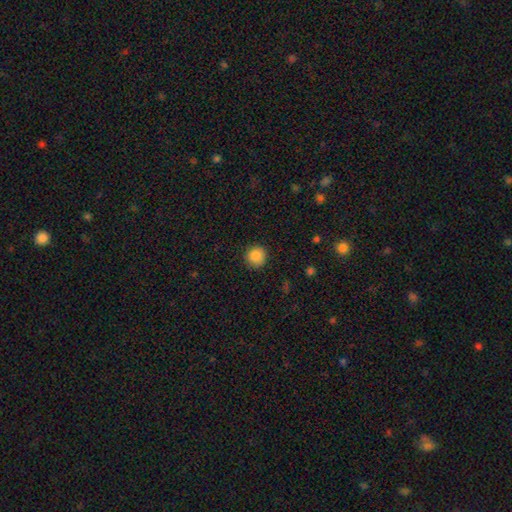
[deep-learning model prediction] Morphology: type=smooth (87%); roundness=round (93%); merging=none (89%).